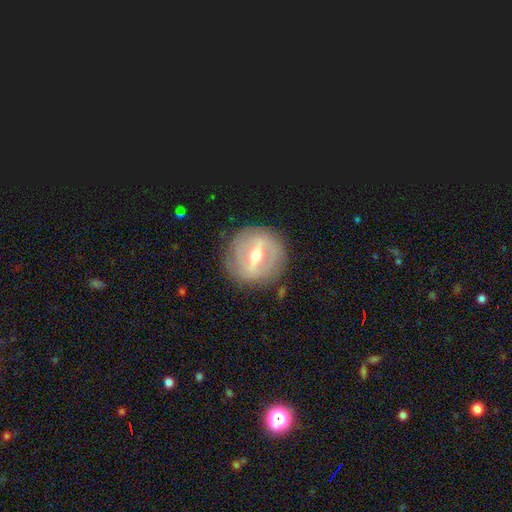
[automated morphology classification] A featured or disk galaxy (78%) with a strong bar (61%), spiral arms (54%) and a moderate central bulge (73%). Merging: none (84%).